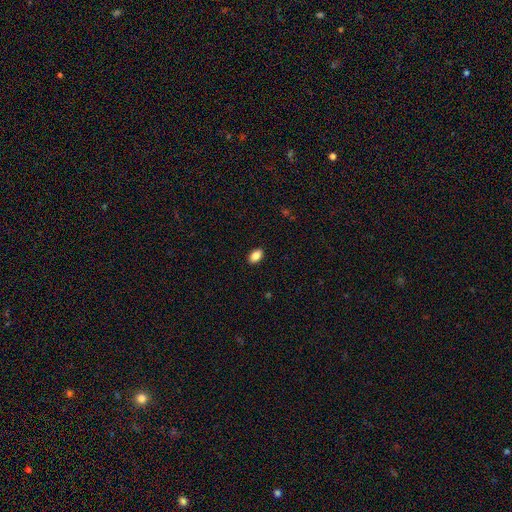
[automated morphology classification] Smooth or featured: smooth — 88% (star or artifact — 8%)
How rounded: in between — 90% (round — 9%)
Merging: none — 90% (minor disturbance — 7%)